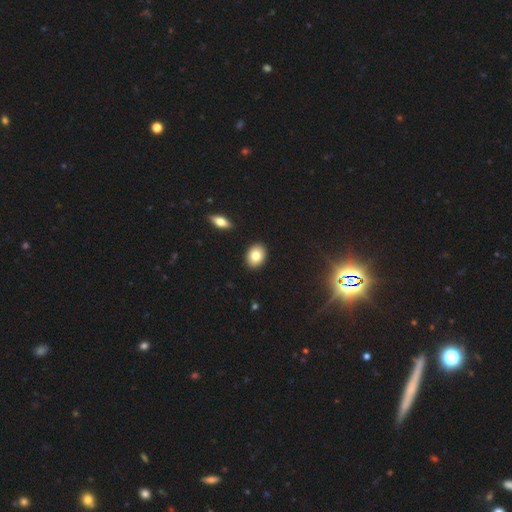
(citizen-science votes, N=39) Overall: smooth (77%). How rounded: in between (73%). Merging: none (94%).